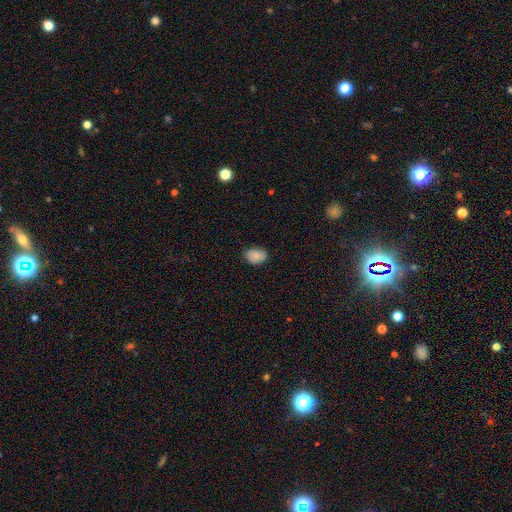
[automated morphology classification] Overall: smooth (84%). How rounded: in between (70%). Merging: none (72%).